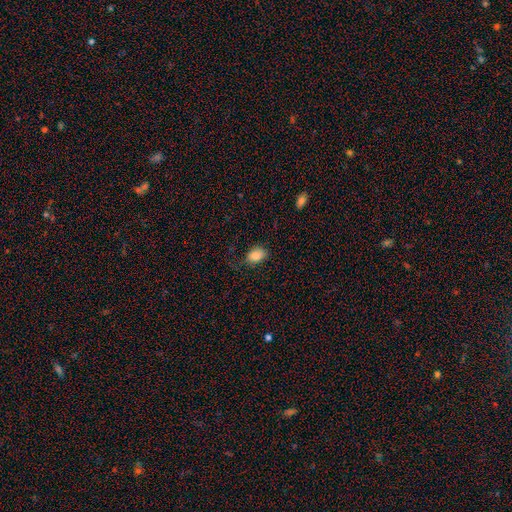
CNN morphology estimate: smooth_or_featured: smooth (p=0.84) [alt: star or artifact p=0.09]
how_rounded: in between (p=0.75) [alt: round p=0.24]
merging: none (p=0.66) [alt: minor disturbance p=0.24]